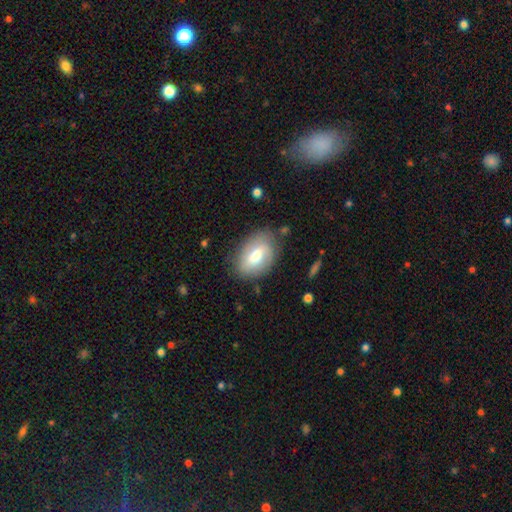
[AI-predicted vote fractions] The model was most divided on "smooth or featured": smooth: 60%, featured or disk: 33%, star or artifact: 7%. More confident: how rounded — in between (87%); merging — none (74%).